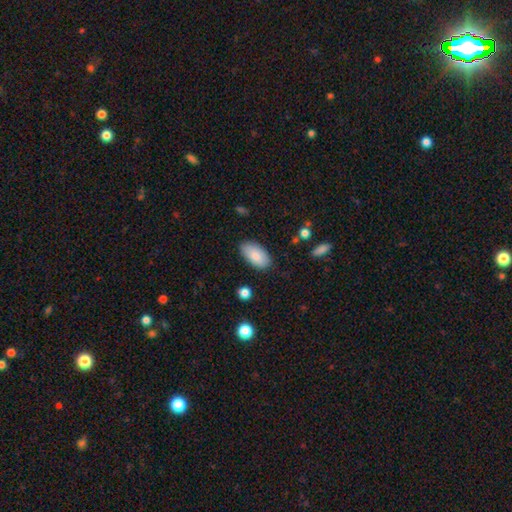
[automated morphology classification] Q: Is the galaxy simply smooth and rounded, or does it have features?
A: smooth — 84%.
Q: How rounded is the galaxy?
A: in between — 95%.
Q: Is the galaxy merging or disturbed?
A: none — 83%.